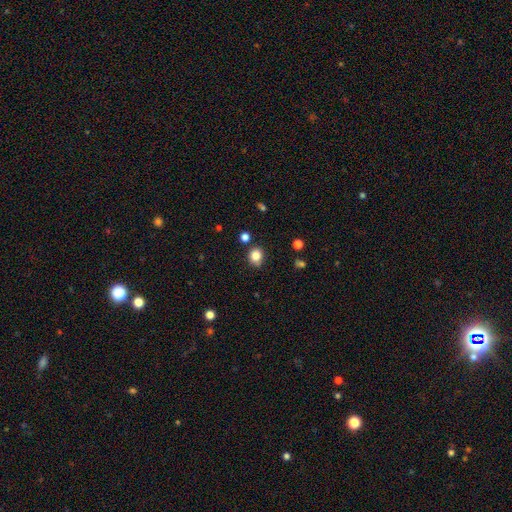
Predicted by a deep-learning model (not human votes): smooth 83%, star or artifact 12%, featured or disk 5%. Down the decision tree: how rounded — round (70%); merging — none (77%).